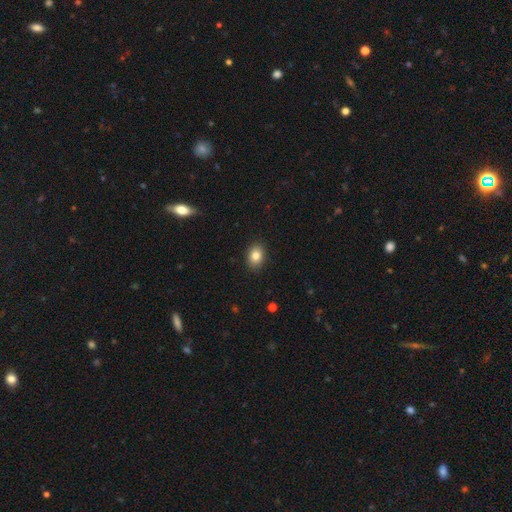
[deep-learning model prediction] Q: Smooth or featured?
A: smooth (84%); runner-up: star or artifact (9%)
Q: How rounded?
A: in between (66%); runner-up: round (33%)
Q: Merging?
A: none (90%); runner-up: minor disturbance (8%)